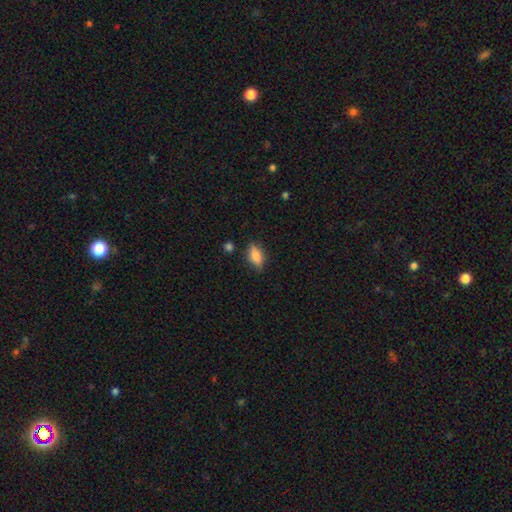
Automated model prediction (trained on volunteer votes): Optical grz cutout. It shows a smooth galaxy with no disk features (76%) that is in between round and cigar-shaped (82%). Merging: none (79%).